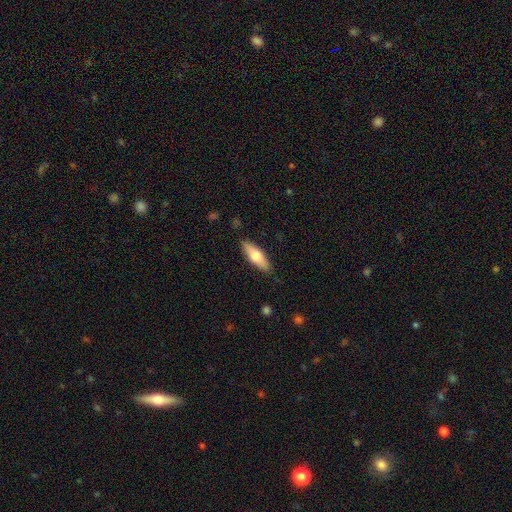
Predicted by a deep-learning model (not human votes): This appears to be a smooth galaxy with no disk features (62%) that is in between round and cigar-shaped (56%). Merging: none (86%).